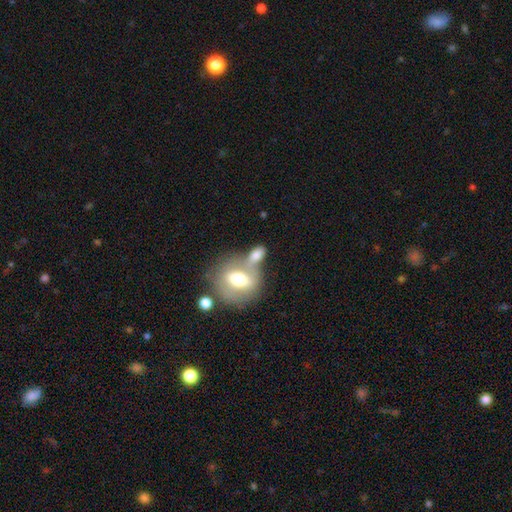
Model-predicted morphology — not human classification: smooth 66%, featured or disk 25%, star or artifact 8%. Down the decision tree: how rounded — in between (67%); merging — merger (46%).